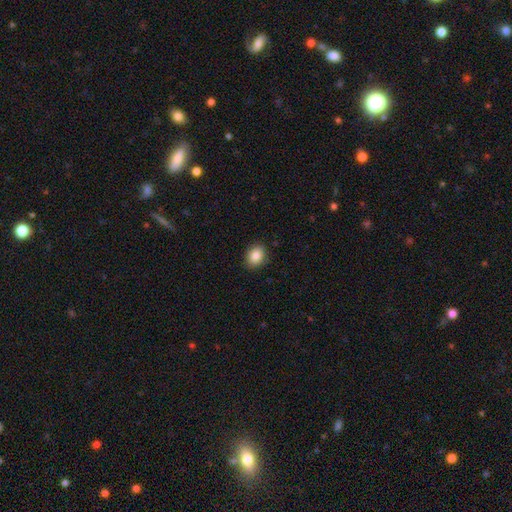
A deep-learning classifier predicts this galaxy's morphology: smooth-or-featured: smooth: 87% | star or artifact: 8% | featured or disk: 5%
  how-rounded: in between: 51% | round: 48% | cigar-shaped: 1%
  merging: none: 89% | minor disturbance: 8% | major disturbance: 2% | merger: 1%